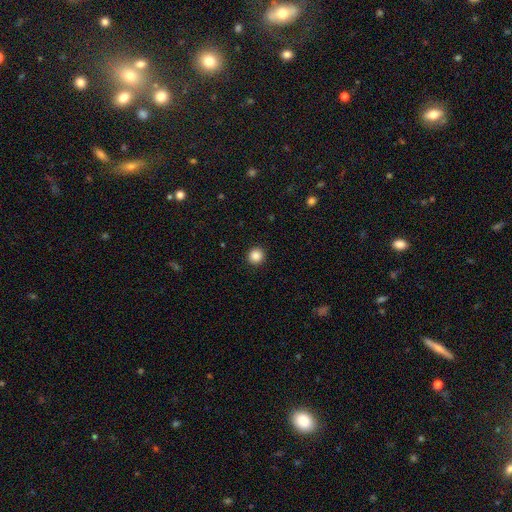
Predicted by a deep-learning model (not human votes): A smooth galaxy with no disk features (87%) that is round (94%). Merging: none (93%).